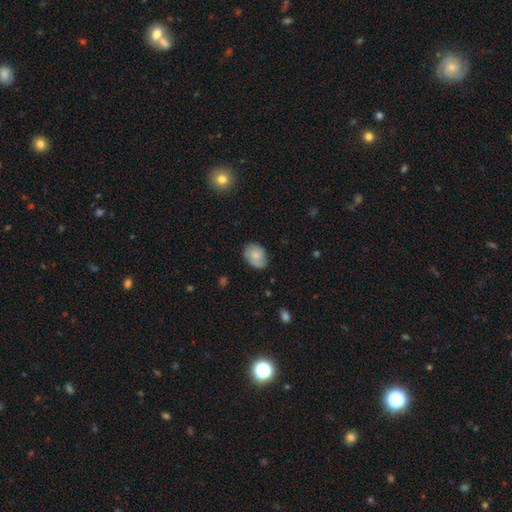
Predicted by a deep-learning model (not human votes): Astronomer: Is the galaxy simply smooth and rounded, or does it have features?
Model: smooth — 67%.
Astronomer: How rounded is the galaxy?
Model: in between — 69%.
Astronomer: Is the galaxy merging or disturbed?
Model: none — 68%.